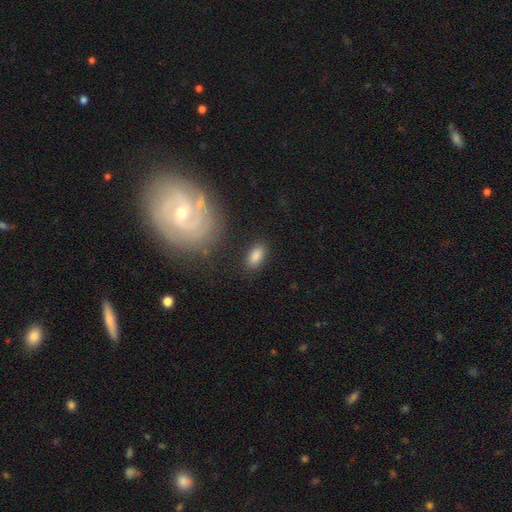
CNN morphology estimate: Overall: smooth (84%). How rounded: in between (90%). Merging: none (83%).